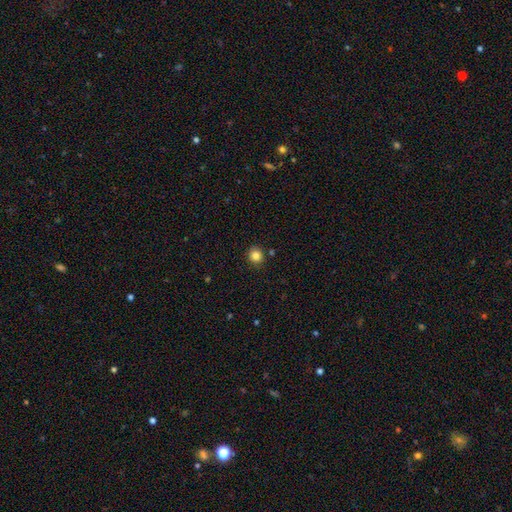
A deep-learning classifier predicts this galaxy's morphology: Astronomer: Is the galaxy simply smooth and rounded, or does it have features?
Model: smooth — 84%.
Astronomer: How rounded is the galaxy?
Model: round — 87%.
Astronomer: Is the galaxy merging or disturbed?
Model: none — 88%.